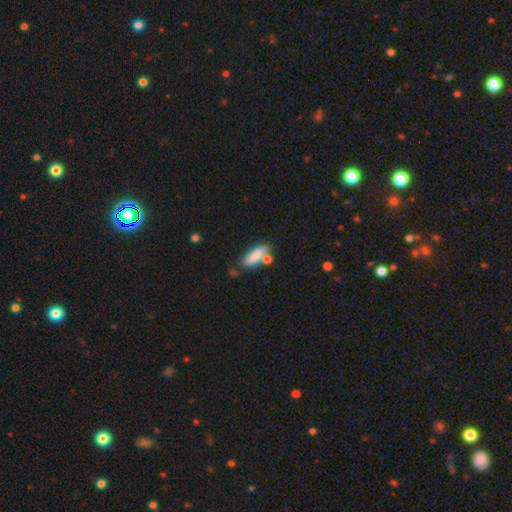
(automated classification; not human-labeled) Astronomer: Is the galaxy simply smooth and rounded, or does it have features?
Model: smooth — 85%.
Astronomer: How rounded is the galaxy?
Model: in between — 59% (runner-up: cigar-shaped, 39%).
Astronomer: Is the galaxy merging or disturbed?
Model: none — 65%.